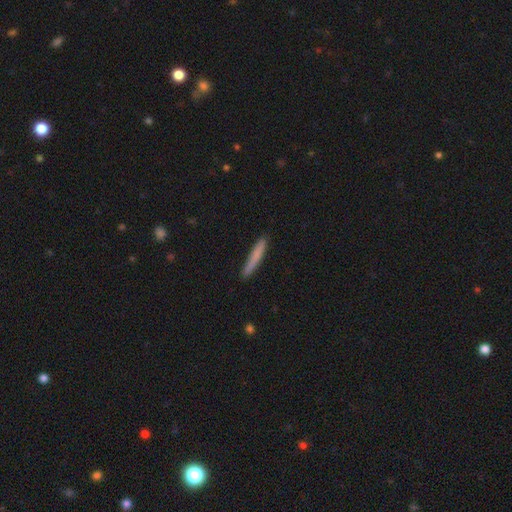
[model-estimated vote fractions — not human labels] smooth_or_featured: smooth (p=0.77) [alt: featured or disk p=0.17]
how_rounded: cigar-shaped (p=0.96) [alt: in between p=0.03]
merging: none (p=0.89) [alt: minor disturbance p=0.08]